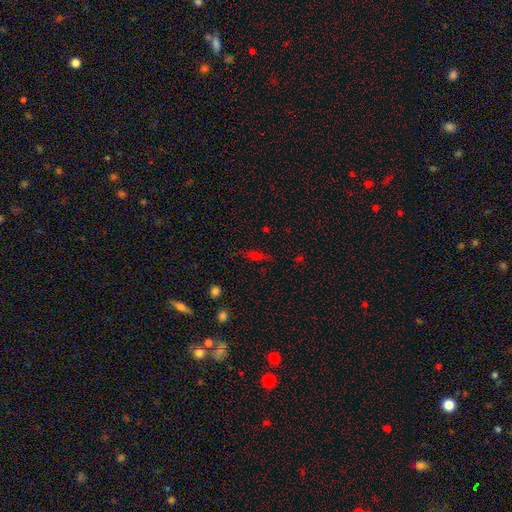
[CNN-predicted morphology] smooth_or_featured: smooth (p=0.49) [alt: featured or disk p=0.28]
merging: none (p=0.79) [alt: minor disturbance p=0.14]